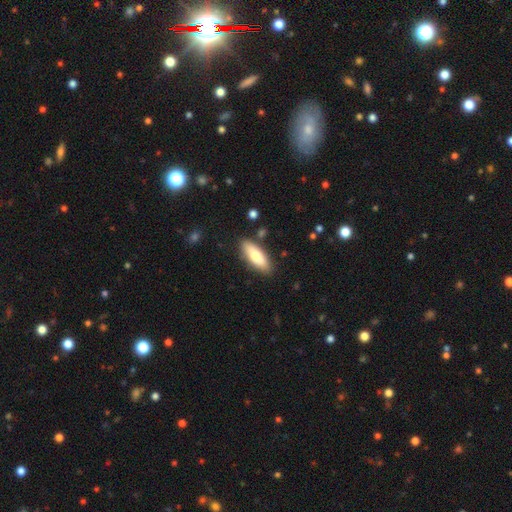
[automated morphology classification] A smooth galaxy with no disk features (73%) that is in between round and cigar-shaped (66%).

Vote fractions:
- Smooth or featured? smooth: 73% / featured or disk: 22% / star or artifact: 6%
- How rounded? in between: 66% / cigar-shaped: 32% / round: 2%
- Merging? none: 84% / minor disturbance: 11% / merger: 3% / major disturbance: 2%